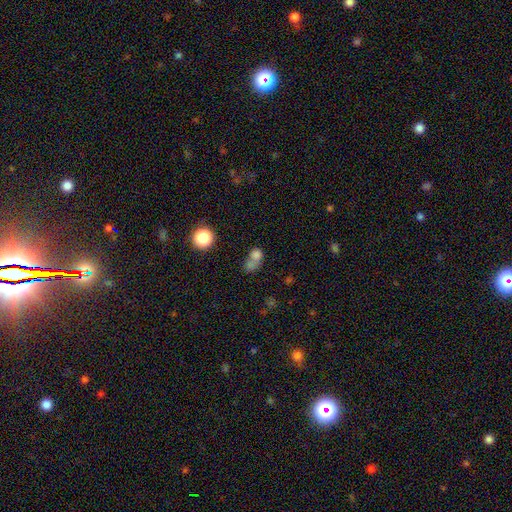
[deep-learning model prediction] Smooth or featured? Predicted: smooth (p=0.71). How rounded? Predicted: round (p=0.59). Merging? Predicted: merger (p=0.56).